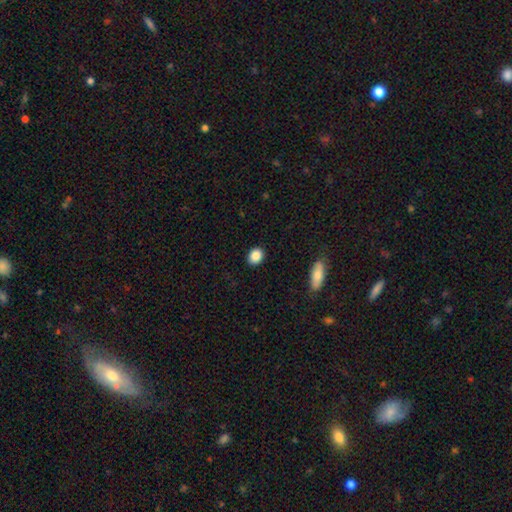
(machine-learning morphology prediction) Smooth or featured? Predicted: smooth (p=0.88). How rounded? Predicted: round (p=0.55). Merging? Predicted: none (p=0.90).